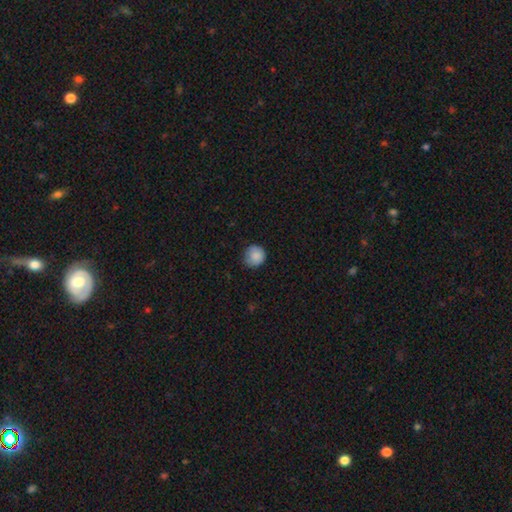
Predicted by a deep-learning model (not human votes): A smooth galaxy with no disk features (85%) that is round (92%).

Vote fractions:
- Smooth or featured? smooth: 85% / star or artifact: 8% / featured or disk: 6%
- How rounded? round: 92% / in between: 7% / cigar-shaped: 1%
- Merging? none: 77% / minor disturbance: 19% / major disturbance: 3% / merger: 1%